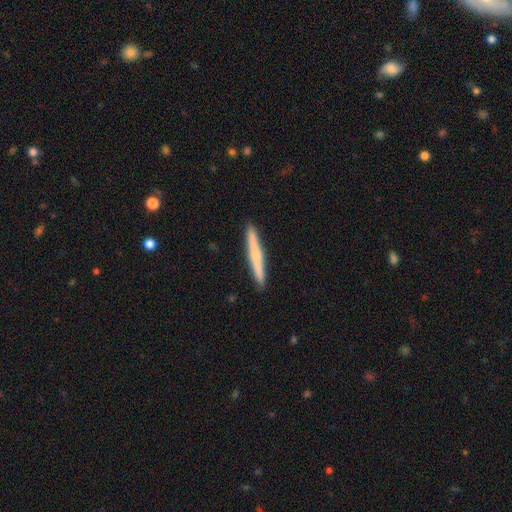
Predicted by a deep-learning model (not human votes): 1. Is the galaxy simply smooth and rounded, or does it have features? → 57% smooth, 38% featured or disk, 6% star or artifact.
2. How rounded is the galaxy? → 97% cigar-shaped, 2% in between, 1% round.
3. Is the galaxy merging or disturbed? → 92% none, 6% minor disturbance, 1% major disturbance, 1% merger.